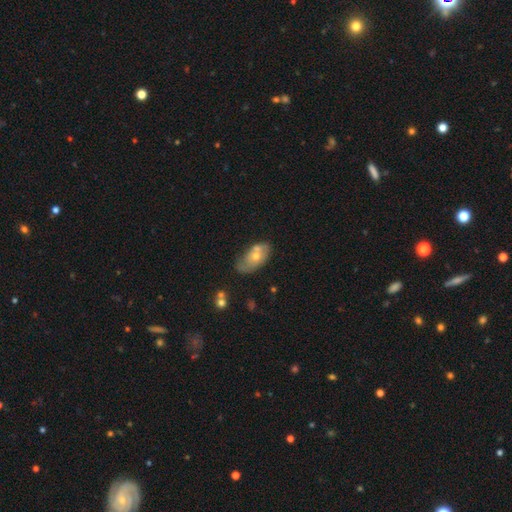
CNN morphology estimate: This is possibly a smooth galaxy (53%). How rounded: clearly in between (90%). Merging: marginally none (40%).